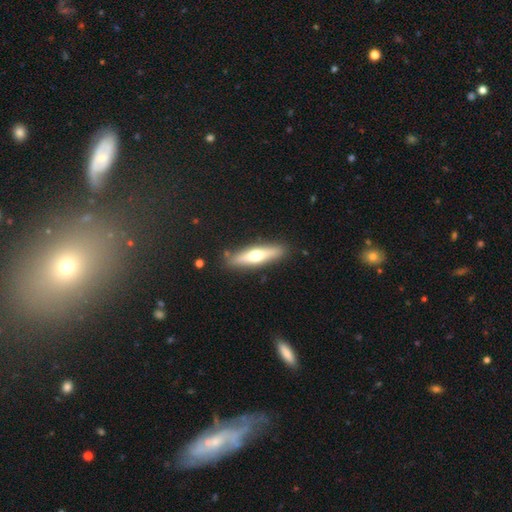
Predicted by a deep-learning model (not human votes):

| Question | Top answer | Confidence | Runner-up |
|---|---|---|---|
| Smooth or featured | featured or disk | 49% | smooth (46%) |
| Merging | none | 87% | minor disturbance (9%) |